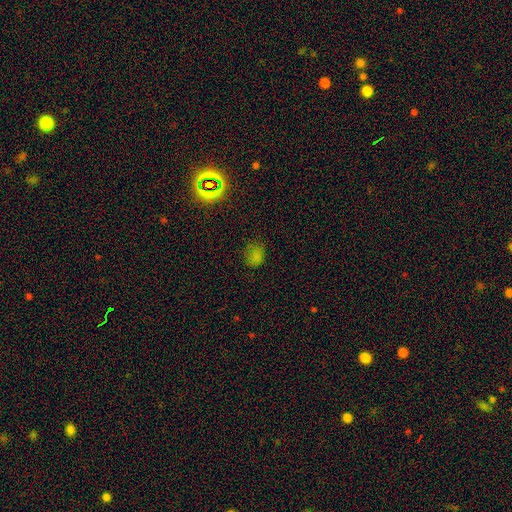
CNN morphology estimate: Smooth or featured: smooth — 68% (star or artifact — 25%)
How rounded: in between — 54% (round — 45%)
Merging: none — 69% (minor disturbance — 21%)